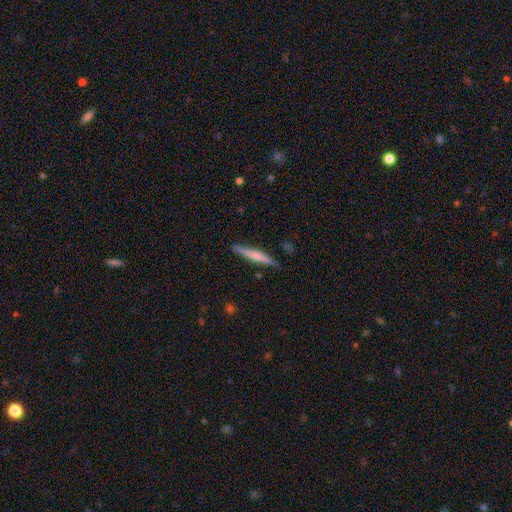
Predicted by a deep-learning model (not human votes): A featured or disk galaxy (48%). Merging: none (87%).